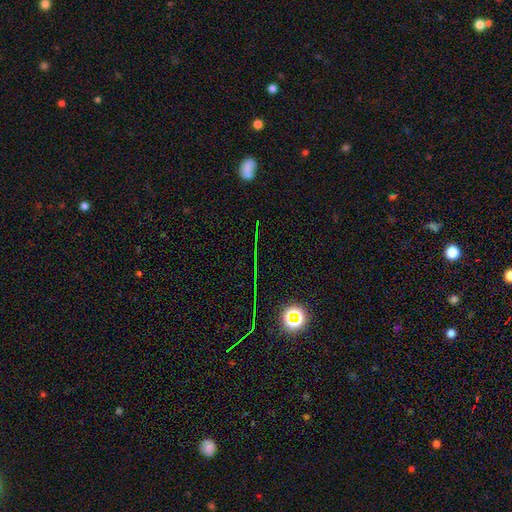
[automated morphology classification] type=star or artifact (76%).